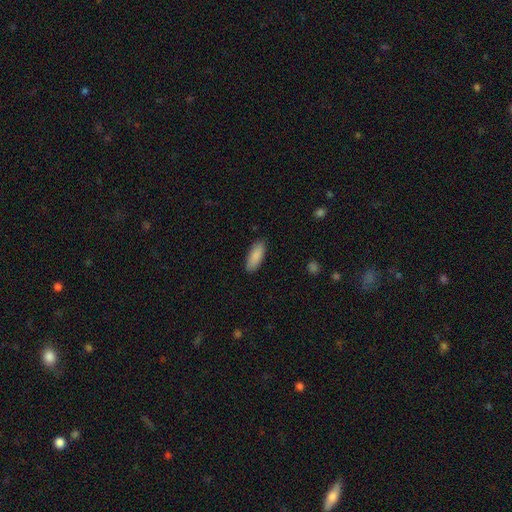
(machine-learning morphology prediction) Smooth or featured? smooth (89%)
How rounded? in between (76%)
Merging? none (88%)